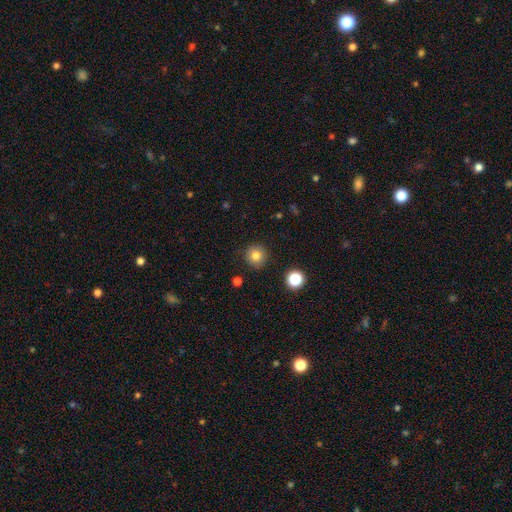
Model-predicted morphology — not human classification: Smooth or featured?
  - smooth: 81% *
  - star or artifact: 12%
  - featured or disk: 8%
How rounded?
  - round: 95% *
  - in between: 4%
  - cigar-shaped: 1%
Merging?
  - none: 90% *
  - minor disturbance: 6%
  - major disturbance: 2%
  - merger: 2%